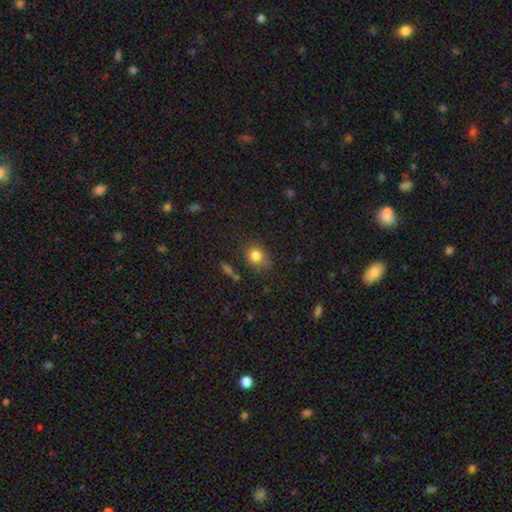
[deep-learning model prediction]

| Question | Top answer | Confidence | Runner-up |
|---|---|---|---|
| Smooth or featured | smooth | 82% | star or artifact (11%) |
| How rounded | round | 61% | in between (37%) |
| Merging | none | 68% | minor disturbance (22%) |